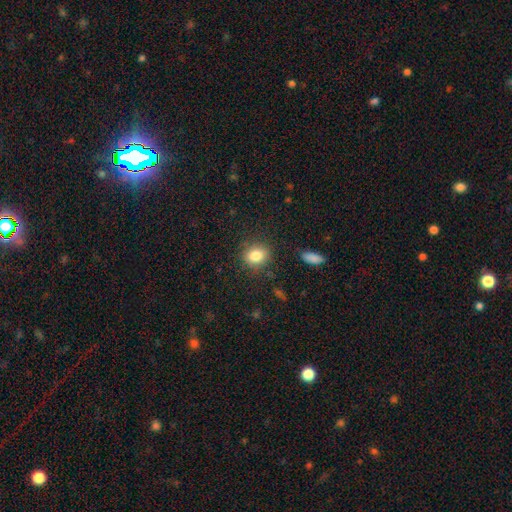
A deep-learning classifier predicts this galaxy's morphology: A smooth galaxy with no disk features (83%) that is round (66%).

Vote fractions:
- Smooth or featured? smooth: 83% / star or artifact: 10% / featured or disk: 7%
- How rounded? round: 66% / in between: 32% / cigar-shaped: 1%
- Merging? none: 85% / minor disturbance: 10% / major disturbance: 3% / merger: 2%